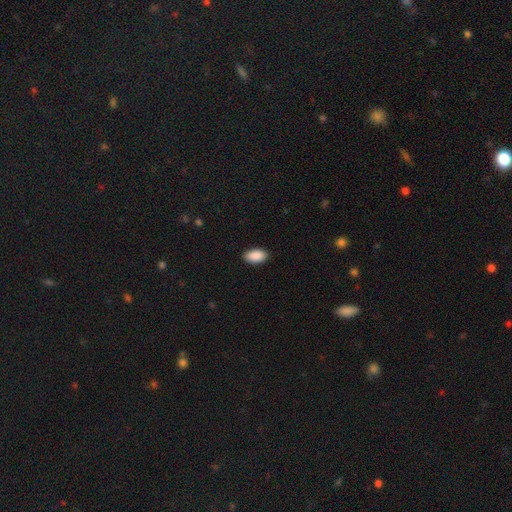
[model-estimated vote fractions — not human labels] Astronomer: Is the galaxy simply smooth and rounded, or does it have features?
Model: smooth — 91%.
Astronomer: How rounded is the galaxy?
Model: in between — 95%.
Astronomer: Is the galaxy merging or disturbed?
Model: none — 88%.